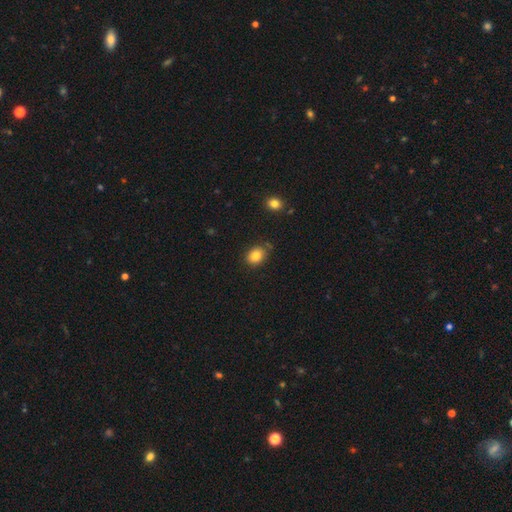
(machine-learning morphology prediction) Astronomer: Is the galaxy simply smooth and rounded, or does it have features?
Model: smooth — 84%.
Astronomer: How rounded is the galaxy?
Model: in between — 52% (runner-up: round, 48%).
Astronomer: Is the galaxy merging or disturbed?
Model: none — 76%.